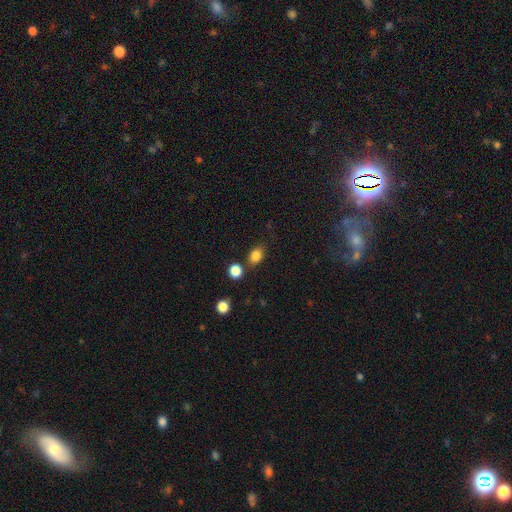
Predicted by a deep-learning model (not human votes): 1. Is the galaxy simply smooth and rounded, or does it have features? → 84% smooth, 11% star or artifact, 5% featured or disk.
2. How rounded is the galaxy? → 61% in between, 38% round, 1% cigar-shaped.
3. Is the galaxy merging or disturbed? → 74% none, 13% minor disturbance, 10% merger, 3% major disturbance.